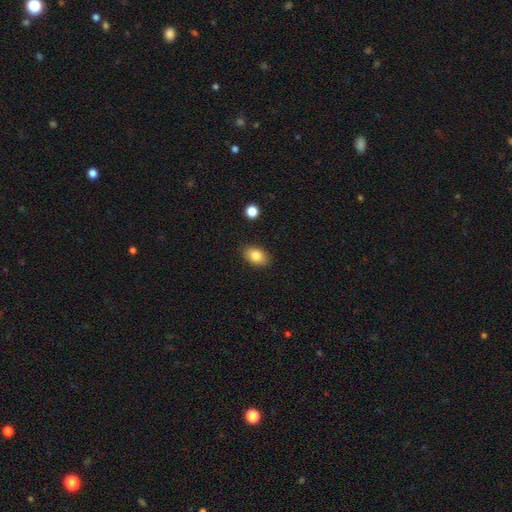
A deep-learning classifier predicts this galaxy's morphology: This is clearly a smooth galaxy (83%). How rounded: clearly in between (88%). Merging: clearly none (88%).